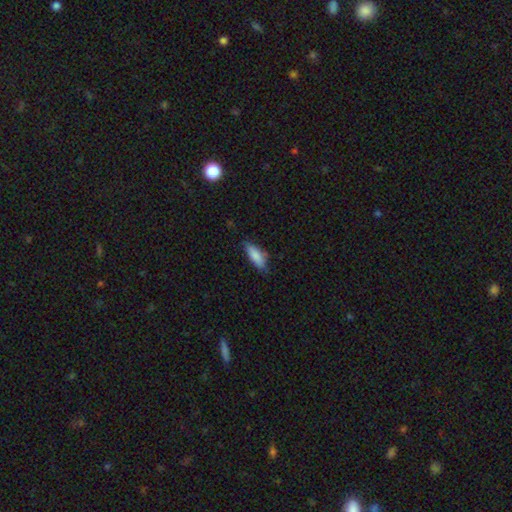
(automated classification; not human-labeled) smooth_or_featured: smooth (p=0.84) [alt: featured or disk p=0.09]
how_rounded: in between (p=0.66) [alt: cigar-shaped p=0.32]
merging: none (p=0.71) [alt: minor disturbance p=0.23]